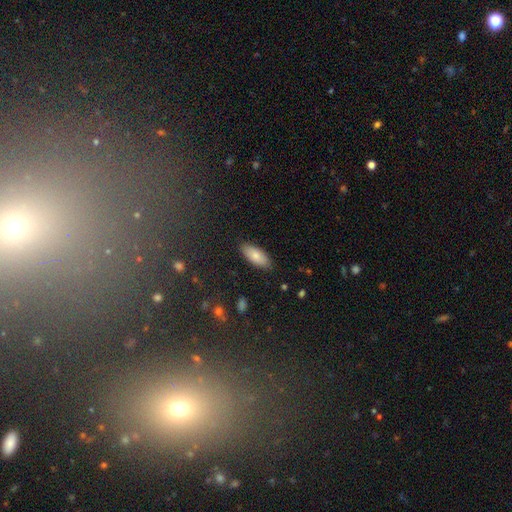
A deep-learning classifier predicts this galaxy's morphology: Smooth or featured? smooth (81%)
How rounded? in between (85%)
Merging? none (87%)